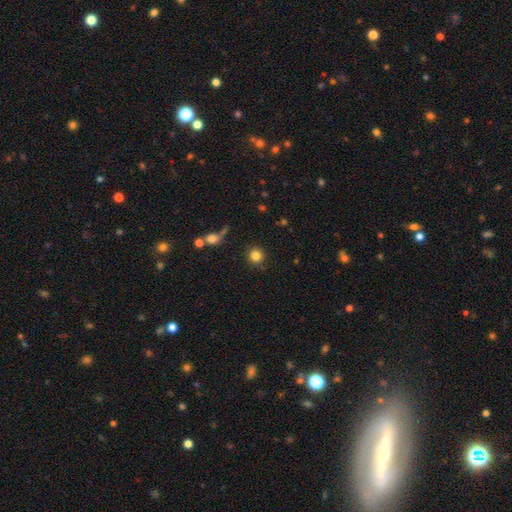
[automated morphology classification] smooth 83%, star or artifact 11%, featured or disk 6%. Down the decision tree: how rounded — round (93%); merging — none (85%).